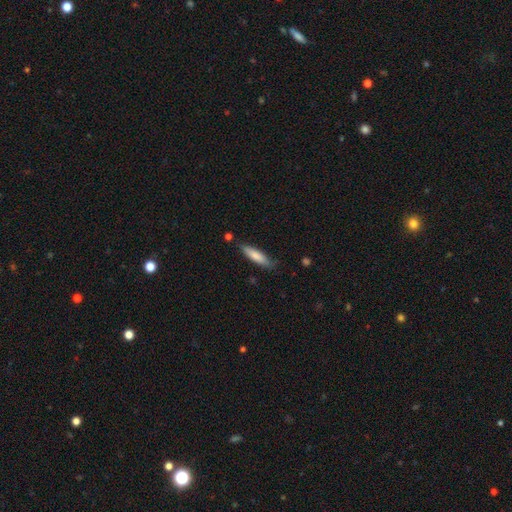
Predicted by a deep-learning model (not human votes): smooth-or-featured: smooth: 78% | featured or disk: 16% | star or artifact: 6%
  how-rounded: cigar-shaped: 72% | in between: 27% | round: 1%
  merging: none: 77% | minor disturbance: 18% | major disturbance: 3% | merger: 3%